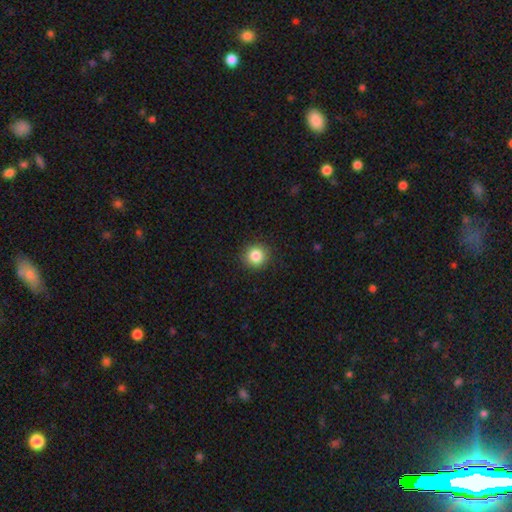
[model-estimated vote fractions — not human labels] Q: Smooth or featured?
A: smooth (85%); runner-up: star or artifact (10%)
Q: How rounded?
A: round (93%); runner-up: in between (6%)
Q: Merging?
A: none (91%); runner-up: minor disturbance (6%)